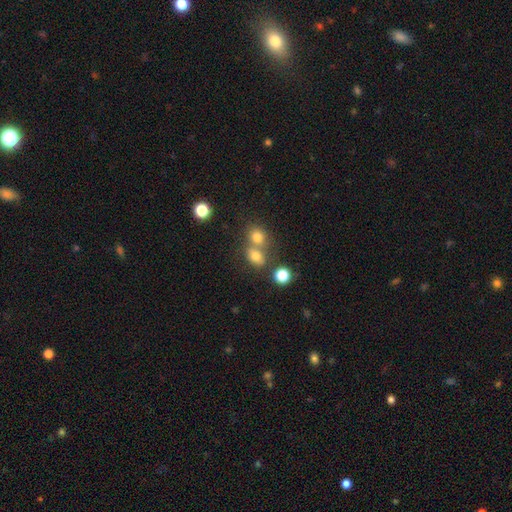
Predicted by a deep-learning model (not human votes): Morphology: type=smooth (74%); roundness=in between (49%, tied with round); merging=none (44%).